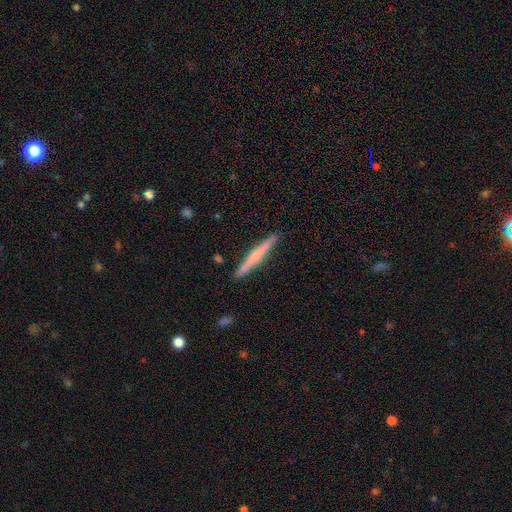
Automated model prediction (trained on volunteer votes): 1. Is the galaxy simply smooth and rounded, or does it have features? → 51% featured or disk, 43% smooth, 6% star or artifact.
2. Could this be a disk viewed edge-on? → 98% yes, 2% no.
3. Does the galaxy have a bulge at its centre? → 49% rounded, 41% none, 10% boxy.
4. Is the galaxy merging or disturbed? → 90% none, 7% minor disturbance, 1% major disturbance, 1% merger.